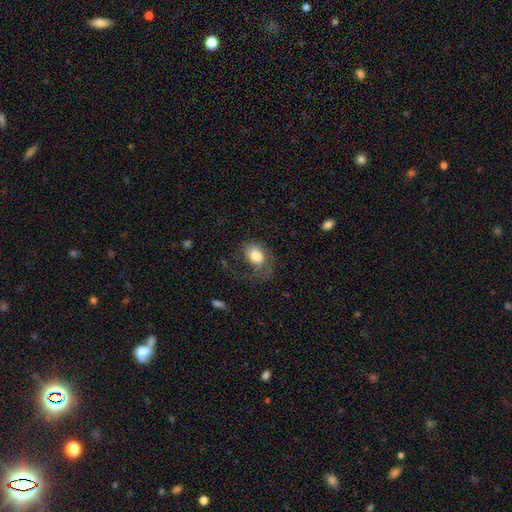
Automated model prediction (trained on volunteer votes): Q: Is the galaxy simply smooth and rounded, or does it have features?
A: smooth — 72%.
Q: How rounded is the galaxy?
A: in between — 69%.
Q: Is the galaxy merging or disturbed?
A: major disturbance — 38%.